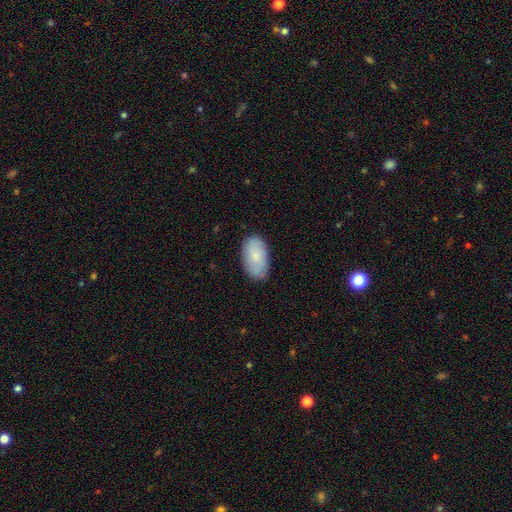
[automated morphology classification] type=smooth (78%); roundness=in between (94%); merging=none (82%).